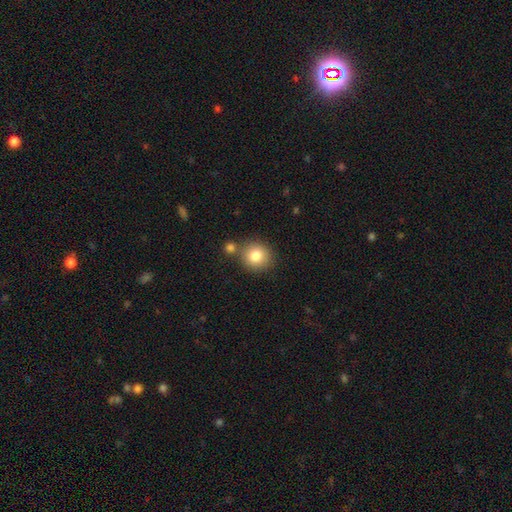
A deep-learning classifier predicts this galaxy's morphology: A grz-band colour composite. It shows a smooth galaxy with no disk features (82%) that is round (88%). Merging: none (71%).